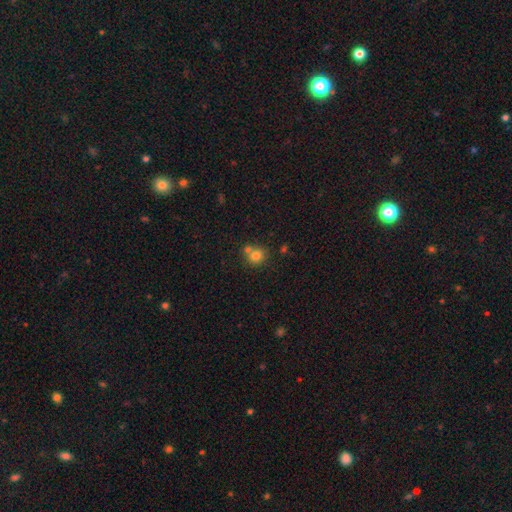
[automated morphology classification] Smooth or featured? smooth (78%)
How rounded? round (82%)
Merging? none (52%)